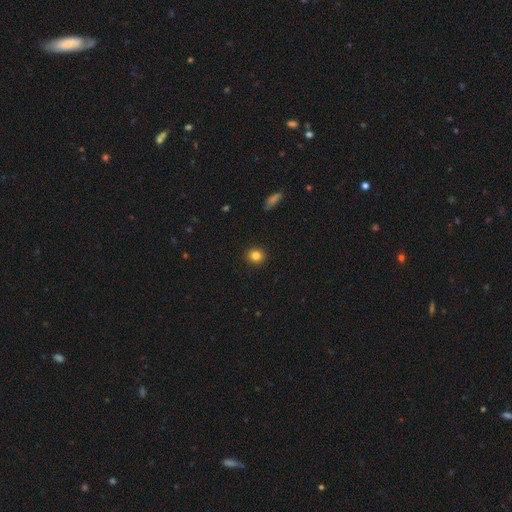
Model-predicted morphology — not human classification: A smooth galaxy with no disk features (83%) that is round (87%). Merging: none (92%).